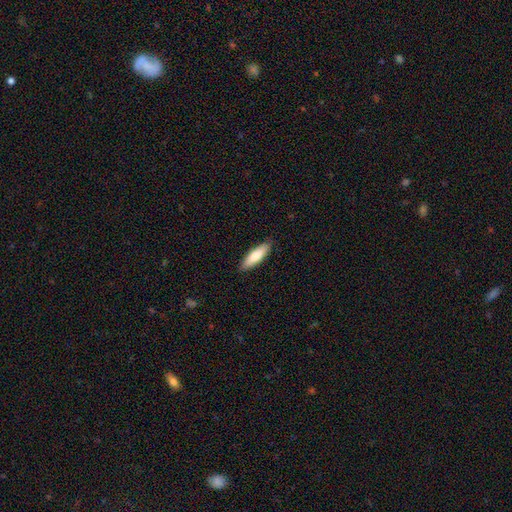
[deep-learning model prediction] Smooth or featured? smooth (80%)
How rounded? cigar-shaped (56%)
Merging? none (88%)